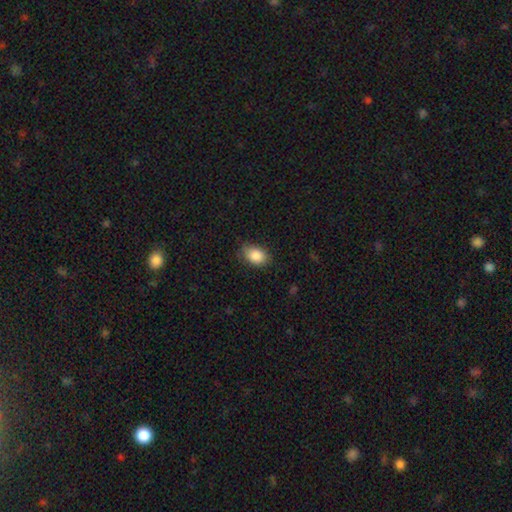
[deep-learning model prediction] A smooth galaxy with no disk features (88%) that is in between round and cigar-shaped (81%). Merging: none (75%).